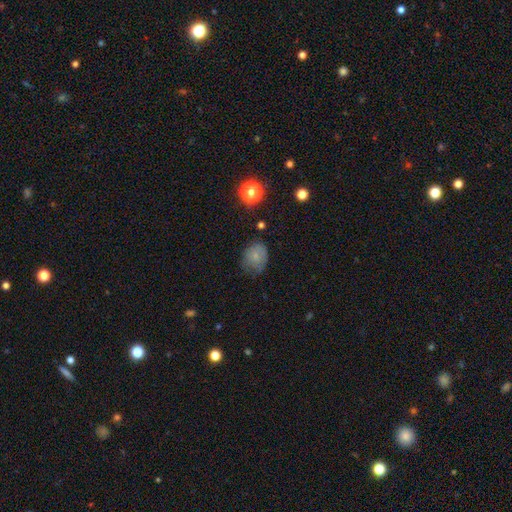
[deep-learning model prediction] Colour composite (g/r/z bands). It shows a smooth galaxy with no disk features (74%) that is round (59%). Merging: none (55%).